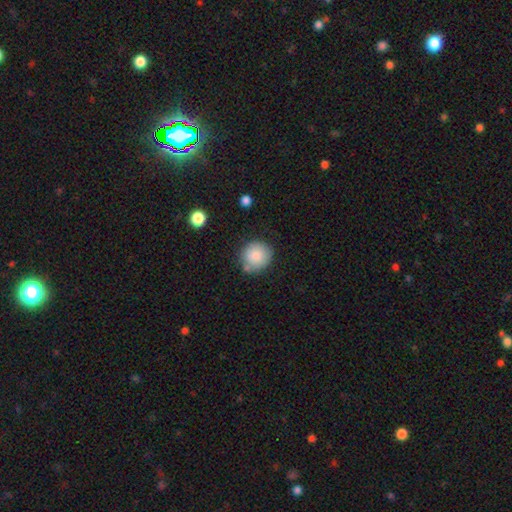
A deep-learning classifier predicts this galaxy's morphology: type=smooth (85%); roundness=round (87%); merging=none (74%).